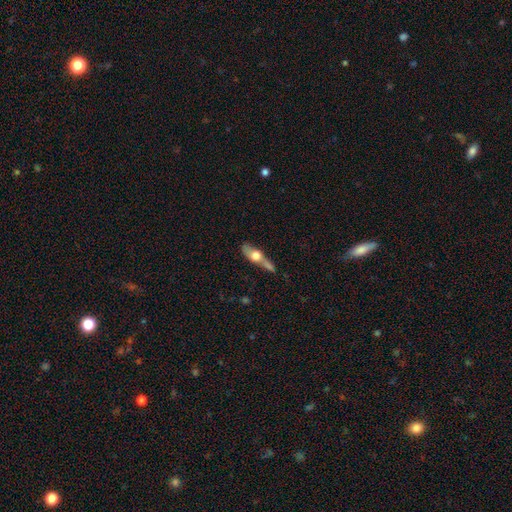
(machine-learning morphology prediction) This is possibly a smooth galaxy (49%). Merging: marginally merger (38%).